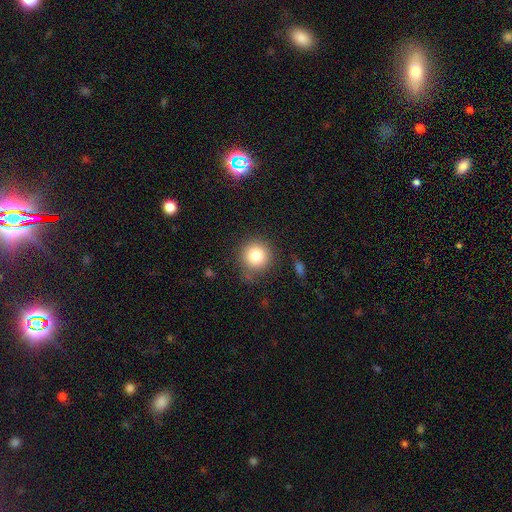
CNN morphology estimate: This appears to be a smooth galaxy with no disk features (82%) that is round (93%). Merging: none (79%).